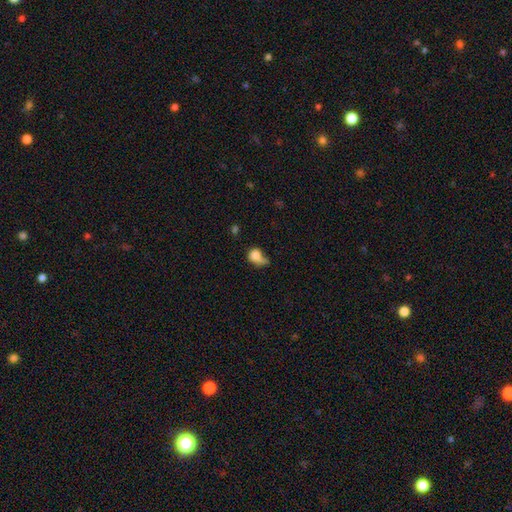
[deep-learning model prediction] smooth-or-featured: smooth: 75% | featured or disk: 15% | star or artifact: 10%
  how-rounded: round: 50% | in between: 48% | cigar-shaped: 2%
  merging: major disturbance: 31% | none: 27% | minor disturbance: 26% | merger: 16%